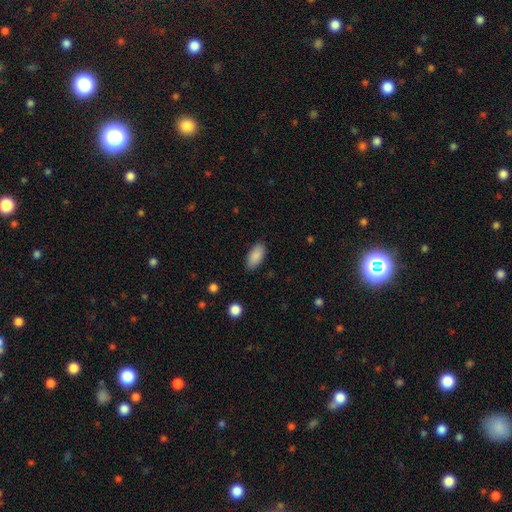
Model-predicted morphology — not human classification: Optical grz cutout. It shows a smooth galaxy with no disk features (88%) that is in between round and cigar-shaped (91%). Merging: none (85%).